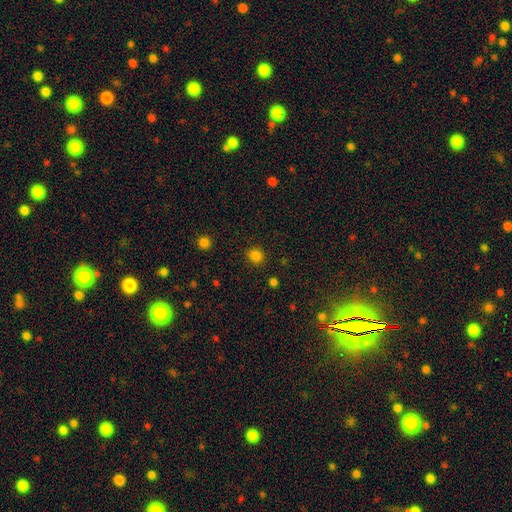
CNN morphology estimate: Smooth or featured?
  - smooth: 82% *
  - star or artifact: 14%
  - featured or disk: 3%
How rounded?
  - round: 81% *
  - in between: 18%
  - cigar-shaped: 1%
Merging?
  - none: 89% *
  - minor disturbance: 7%
  - major disturbance: 3%
  - merger: 1%